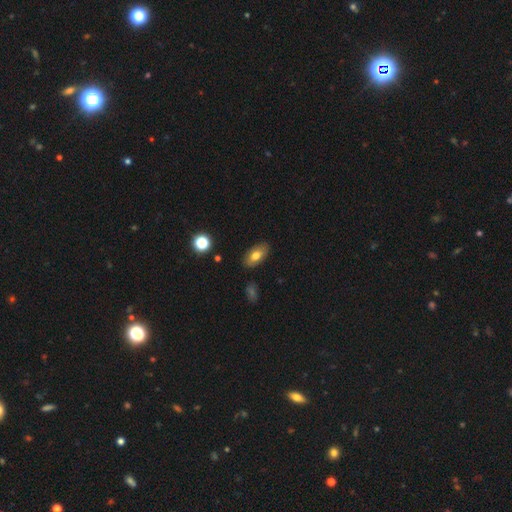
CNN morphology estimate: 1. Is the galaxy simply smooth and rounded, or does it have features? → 72% smooth, 20% featured or disk, 8% star or artifact.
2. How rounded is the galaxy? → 90% in between, 5% round, 5% cigar-shaped.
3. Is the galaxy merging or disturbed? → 86% none, 11% minor disturbance, 2% major disturbance, 2% merger.